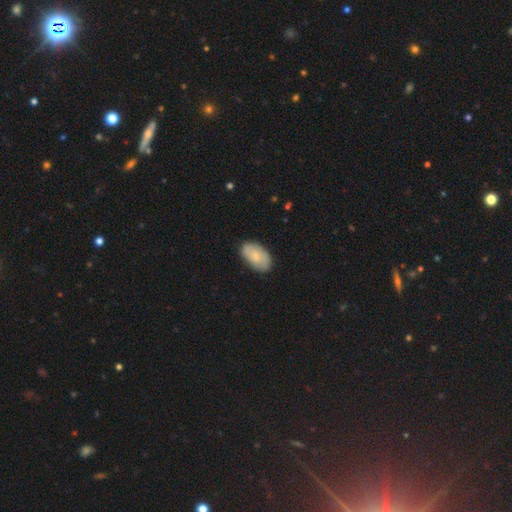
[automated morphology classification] Q: Smooth or featured?
A: smooth (72%); runner-up: featured or disk (22%)
Q: How rounded?
A: in between (94%); runner-up: round (4%)
Q: Merging?
A: none (79%); runner-up: minor disturbance (17%)